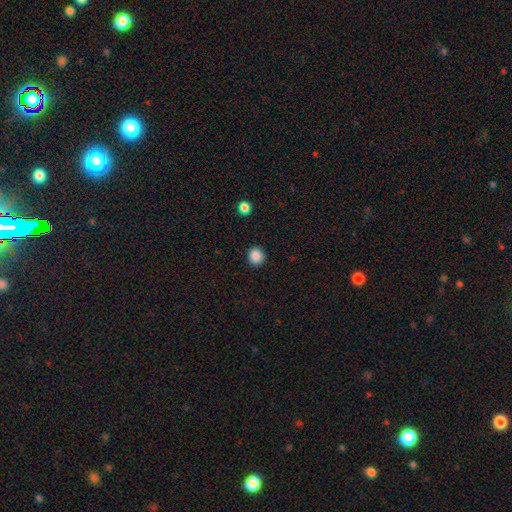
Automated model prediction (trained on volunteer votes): Morphology: type=smooth (87%); roundness=round (87%); merging=none (90%).